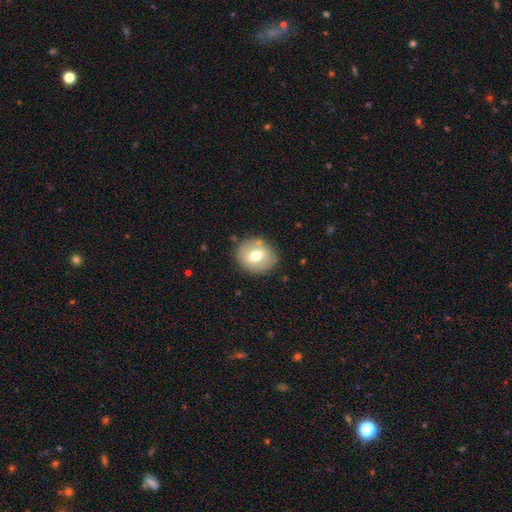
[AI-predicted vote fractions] Overall: smooth (59%; featured or disk 32%). How rounded: round (66%; in between 33%). Merging: none (81%).